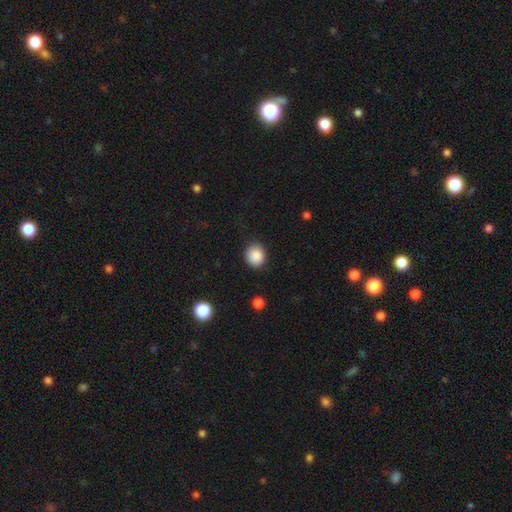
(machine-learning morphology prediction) Smooth or featured?
  - smooth: 88% *
  - star or artifact: 9%
  - featured or disk: 3%
How rounded?
  - round: 76% *
  - in between: 23%
  - cigar-shaped: 1%
Merging?
  - none: 87% *
  - minor disturbance: 9%
  - major disturbance: 3%
  - merger: 1%